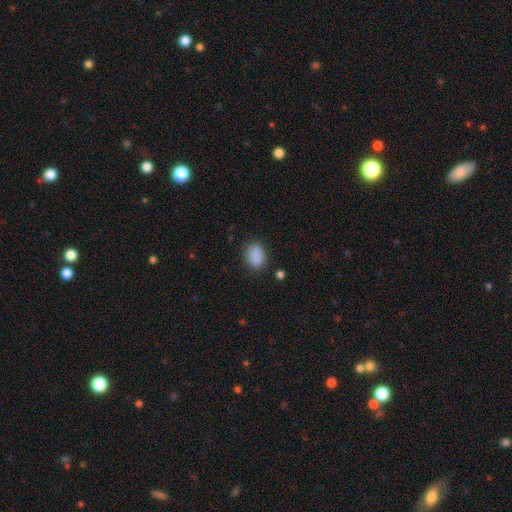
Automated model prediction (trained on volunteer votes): A smooth galaxy with no disk features (87%) that is in between round and cigar-shaped (81%).

Vote fractions:
- Smooth or featured? smooth: 87% / star or artifact: 9% / featured or disk: 4%
- How rounded? in between: 81% / round: 18% / cigar-shaped: 1%
- Merging? none: 79% / minor disturbance: 15% / major disturbance: 4% / merger: 2%